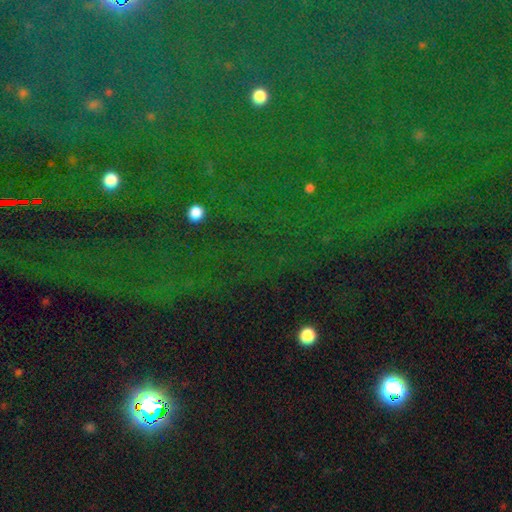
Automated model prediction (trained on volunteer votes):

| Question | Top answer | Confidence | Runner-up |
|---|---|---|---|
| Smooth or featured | star or artifact | 80% | smooth (11%) |